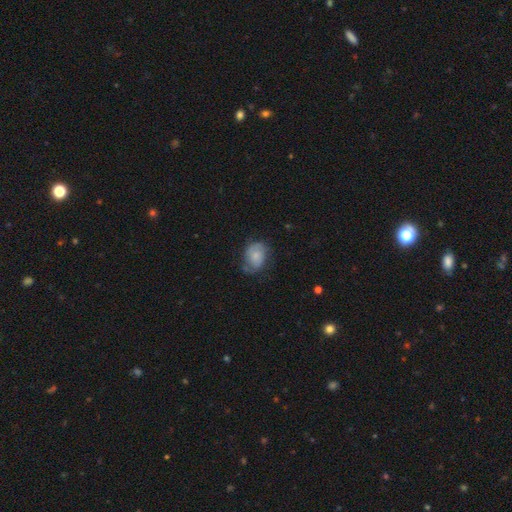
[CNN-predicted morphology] A smooth galaxy with no disk features (56%) that is in between round and cigar-shaped (69%).

Vote fractions:
- Smooth or featured? smooth: 56% / featured or disk: 37% / star or artifact: 8%
- How rounded? in between: 69% / round: 30% / cigar-shaped: 1%
- Merging? none: 52% / minor disturbance: 31% / major disturbance: 15% / merger: 2%